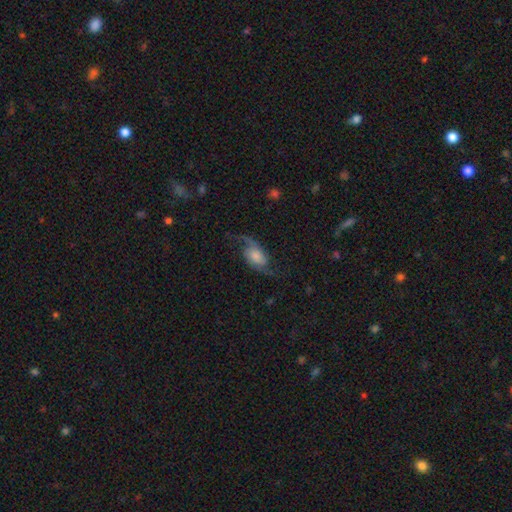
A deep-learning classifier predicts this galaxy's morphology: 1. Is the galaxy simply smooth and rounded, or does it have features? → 79% featured or disk, 13% smooth, 8% star or artifact.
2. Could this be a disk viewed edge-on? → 95% no, 5% yes.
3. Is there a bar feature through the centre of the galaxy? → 60% no, 32% weak, 8% strong.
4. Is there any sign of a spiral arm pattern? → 96% yes, 4% no.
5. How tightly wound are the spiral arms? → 71% loose, 23% medium, 6% tight.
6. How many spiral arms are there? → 92% 2, 2% 1, 2% can't tell, 1% 3, 1% 4, 1% more than 4.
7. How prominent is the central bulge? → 35% moderate, 26% large, 20% small, 12% none, 6% dominant.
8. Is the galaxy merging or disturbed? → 70% none, 17% minor disturbance, 12% major disturbance, 2% merger.